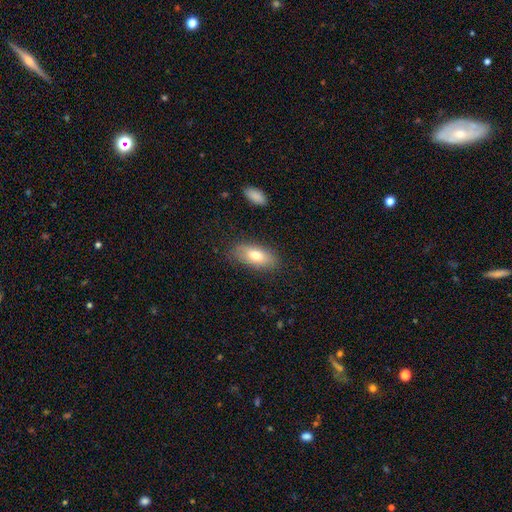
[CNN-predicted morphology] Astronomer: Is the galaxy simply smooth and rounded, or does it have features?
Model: smooth — 74%.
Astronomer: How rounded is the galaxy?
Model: in between — 84%.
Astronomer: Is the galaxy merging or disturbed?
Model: none — 82%.